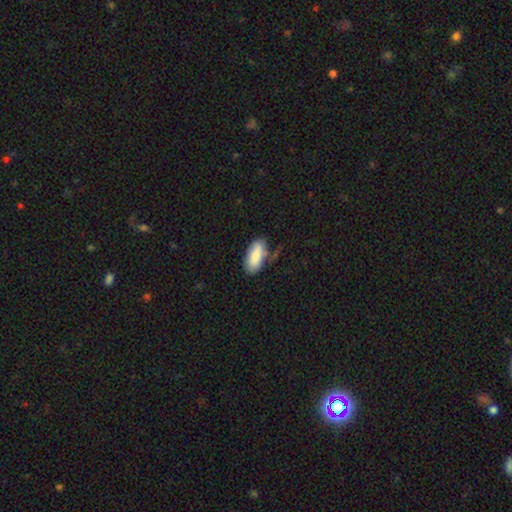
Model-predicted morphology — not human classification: type=smooth (85%); roundness=in between (88%); merging=none (67%).